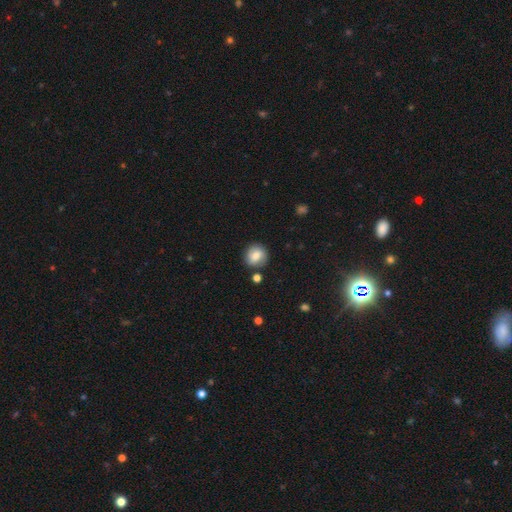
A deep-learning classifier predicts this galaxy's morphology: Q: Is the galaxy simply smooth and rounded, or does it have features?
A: smooth — 75%.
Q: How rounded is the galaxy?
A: round — 83%.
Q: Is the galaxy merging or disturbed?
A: none — 81%.